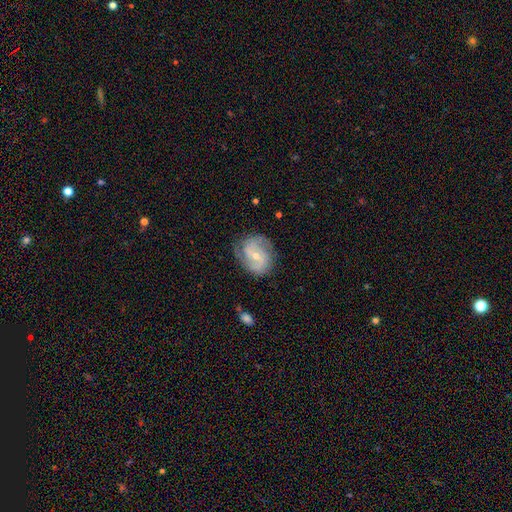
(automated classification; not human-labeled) A featured or disk galaxy (81%) with a weak bar (44%), 2 (79%) medium (49%) spiral arms (94%) and a small central bulge (62%).

Vote fractions:
- Smooth or featured? featured or disk: 81% / smooth: 14% / star or artifact: 6%
- Edge-on disk? no: 98% / yes: 2%
- Bar? weak: 44% / no: 43% / strong: 13%
- Spiral arms? yes: 94% / no: 6%
- Spiral winding? medium: 49% / tight: 28% / loose: 23%
- Spiral arm count? 2: 79% / can't tell: 9% / 3: 6% / 1: 3% / 4: 2% / more than 4: 2%
- Bulge size? small: 62% / moderate: 34% / none: 1% / large: 1% / dominant: 1%
- Merging? none: 75% / minor disturbance: 17% / major disturbance: 6% / merger: 1%